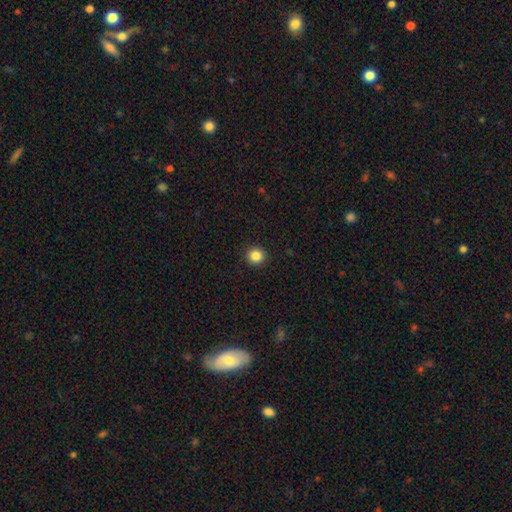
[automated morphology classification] This appears to be a smooth galaxy with no disk features (85%) that is round (95%). Merging: none (93%).